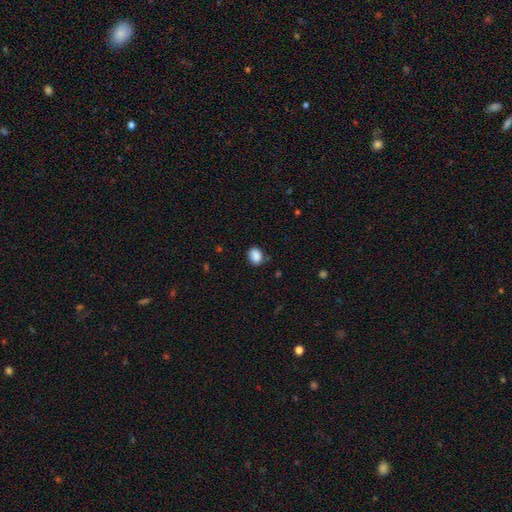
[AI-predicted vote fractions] A smooth galaxy with no disk features (88%) that is in between round and cigar-shaped (59%). Merging: none (77%).